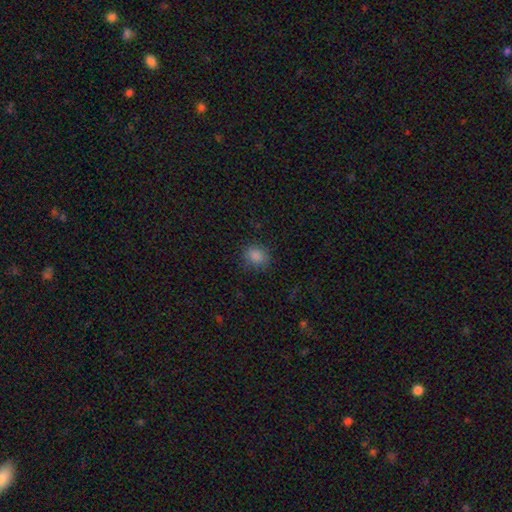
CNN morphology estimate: smooth_or_featured: smooth (p=0.83) [alt: star or artifact p=0.13]
how_rounded: round (p=0.63) [alt: in between p=0.36]
merging: none (p=0.84) [alt: minor disturbance p=0.12]